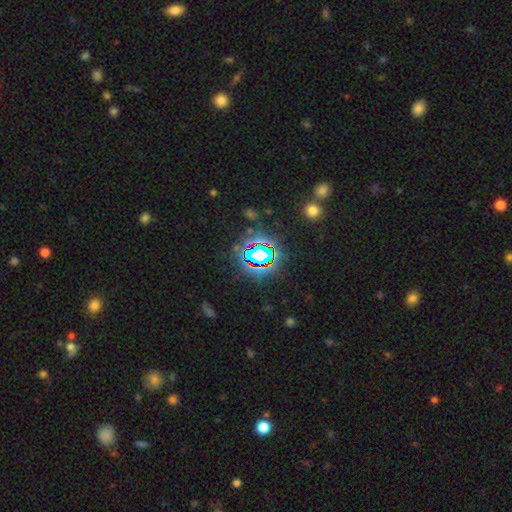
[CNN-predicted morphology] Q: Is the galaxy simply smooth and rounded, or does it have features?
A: star or artifact — 77%.